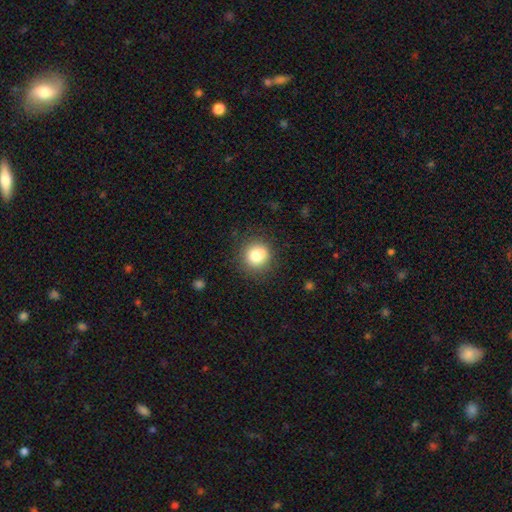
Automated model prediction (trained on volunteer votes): This is clearly a smooth galaxy (80%). How rounded: clearly round (91%). Merging: clearly none (84%).